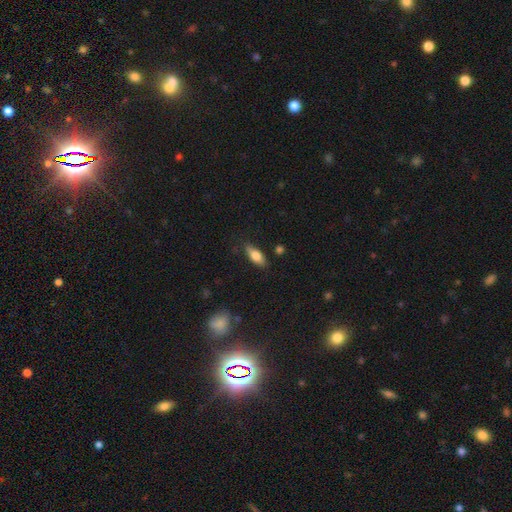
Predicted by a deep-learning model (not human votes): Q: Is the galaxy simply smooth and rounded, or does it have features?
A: smooth — 74%.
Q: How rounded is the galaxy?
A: in between — 74%.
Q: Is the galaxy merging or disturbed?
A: none — 81%.